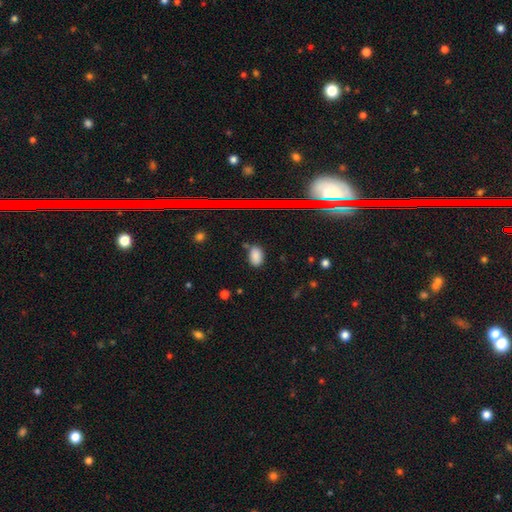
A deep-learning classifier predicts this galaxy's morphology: This appears to be a smooth galaxy with no disk features (82%) that is in between round and cigar-shaped (90%). Merging: none (73%).